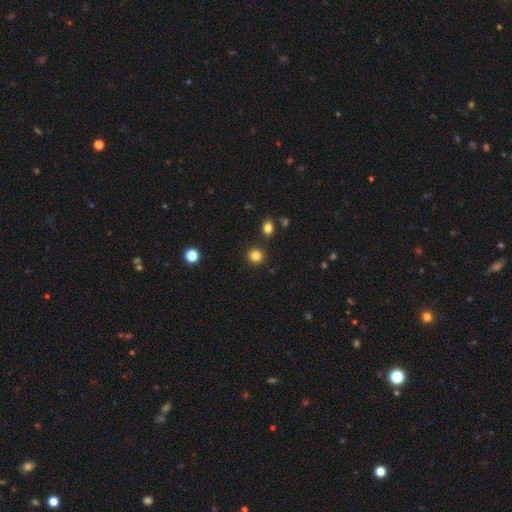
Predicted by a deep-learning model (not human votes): Smooth or featured: smooth — 84% (star or artifact — 12%)
How rounded: round — 93% (in between — 6%)
Merging: none — 88% (minor disturbance — 6%)